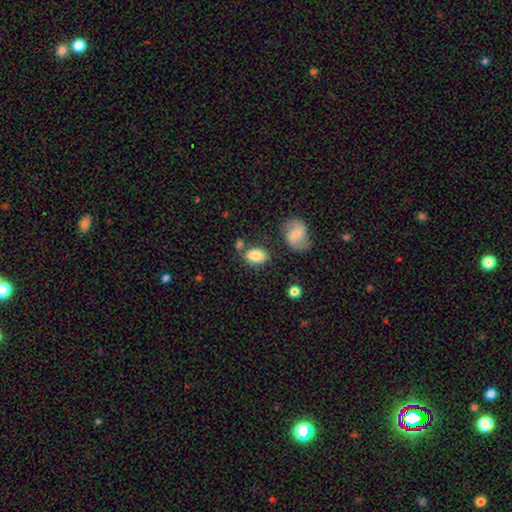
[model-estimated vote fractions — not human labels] Smooth or featured: smooth — 80% (featured or disk — 12%)
How rounded: in between — 87% (round — 11%)
Merging: none — 69% (minor disturbance — 17%)